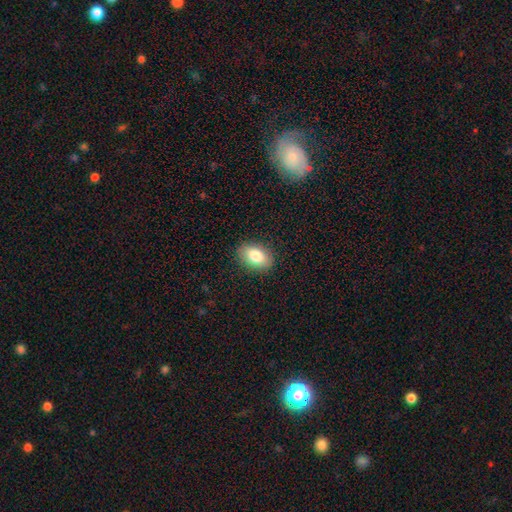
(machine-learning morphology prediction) Smooth or featured?
  - smooth: 83% *
  - featured or disk: 10%
  - star or artifact: 7%
How rounded?
  - in between: 88% *
  - round: 10%
  - cigar-shaped: 2%
Merging?
  - none: 88% *
  - minor disturbance: 8%
  - major disturbance: 2%
  - merger: 1%